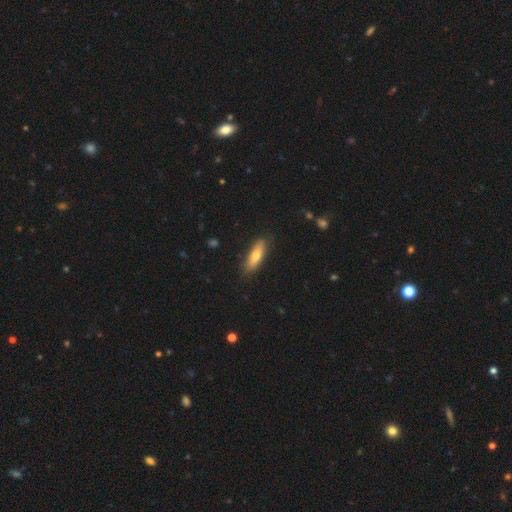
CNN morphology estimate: A smooth galaxy with no disk features (69%) that is cigar-shaped (57%). Merging: none (85%).